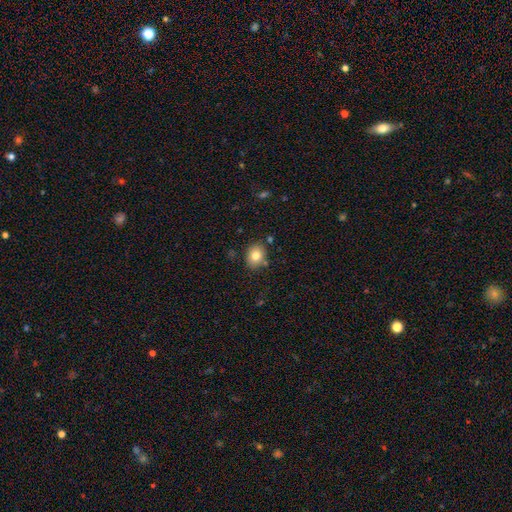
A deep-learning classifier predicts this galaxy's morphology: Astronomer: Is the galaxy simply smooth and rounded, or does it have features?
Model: smooth — 80%.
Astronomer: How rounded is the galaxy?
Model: round — 51% (runner-up: in between, 49%).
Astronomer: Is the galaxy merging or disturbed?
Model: none — 81%.